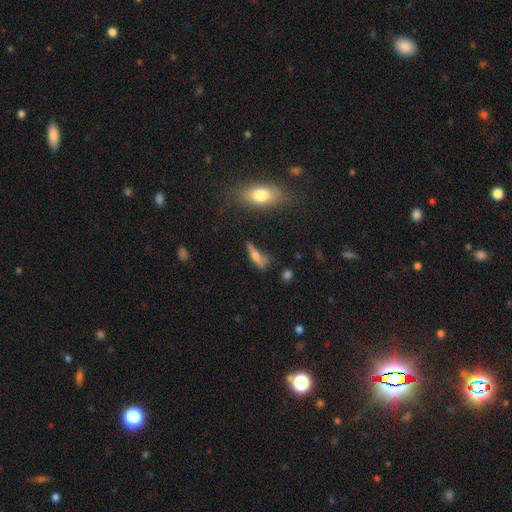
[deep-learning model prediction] The model was most divided on "smooth or featured": smooth: 53%, featured or disk: 36%, star or artifact: 12%. More confident: how rounded — cigar-shaped (58%); merging — none (54%).